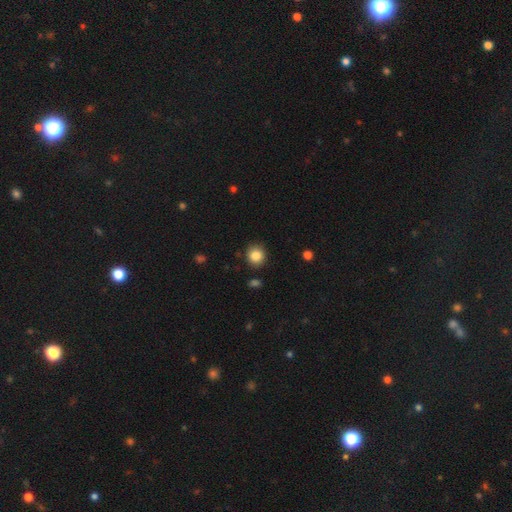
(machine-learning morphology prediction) Smooth or featured?
  - smooth: 85% *
  - star or artifact: 10%
  - featured or disk: 5%
How rounded?
  - round: 87% *
  - in between: 12%
  - cigar-shaped: 1%
Merging?
  - none: 88% *
  - minor disturbance: 8%
  - major disturbance: 2%
  - merger: 2%